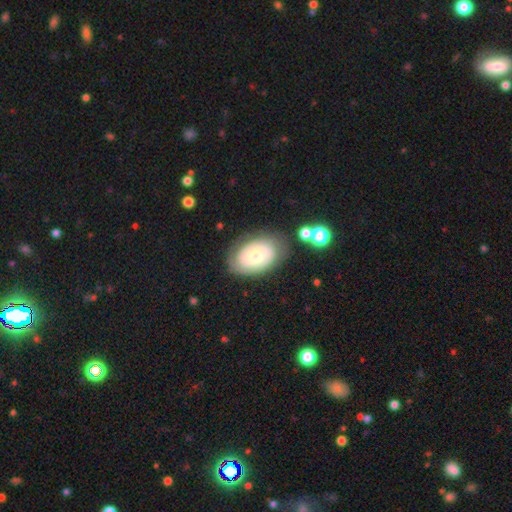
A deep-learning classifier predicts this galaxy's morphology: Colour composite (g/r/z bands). It shows a featured or disk galaxy (71%) with no bar (50%), 2 (61%) tight (59%) spiral arms (91%) and a moderate central bulge (51%). Merging: none (76%).